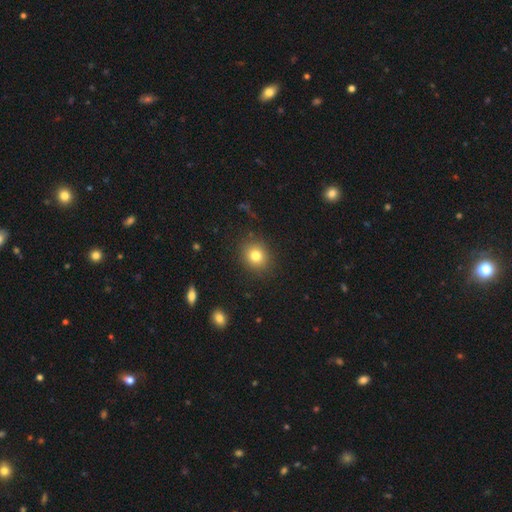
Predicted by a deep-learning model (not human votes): This appears to be a smooth galaxy with no disk features (80%) that is round (76%). Merging: none (88%).